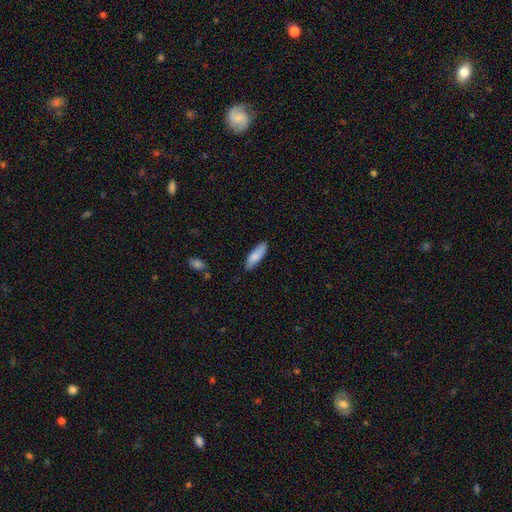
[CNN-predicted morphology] A smooth galaxy with no disk features (82%) that is cigar-shaped (53%). Merging: none (84%).